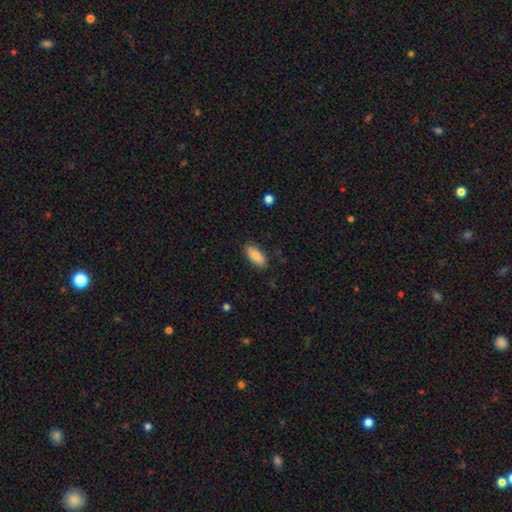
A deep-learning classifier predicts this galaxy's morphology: A smooth galaxy with no disk features (84%) that is in between round and cigar-shaped (84%). Merging: none (86%).